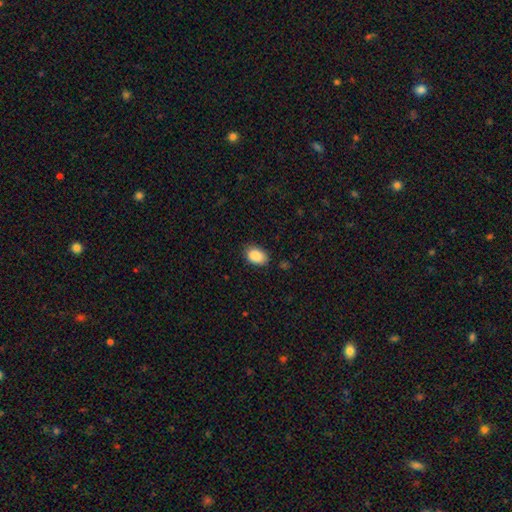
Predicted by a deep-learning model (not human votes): smooth 89%, star or artifact 7%, featured or disk 4%. Down the decision tree: how rounded — in between (85%); merging — none (80%).